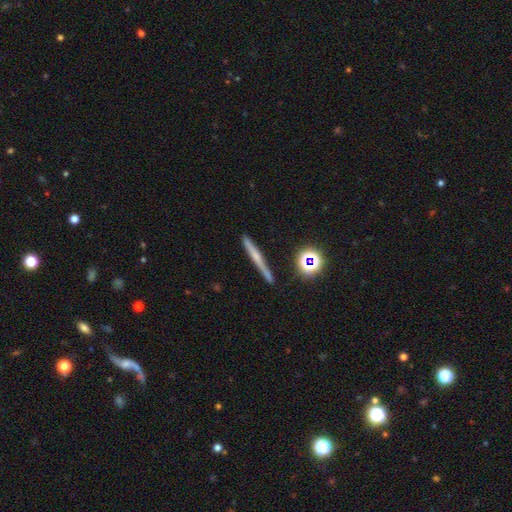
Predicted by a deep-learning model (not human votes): smooth_or_featured: featured or disk (p=0.48) [alt: smooth p=0.39]
merging: none (p=0.86) [alt: minor disturbance p=0.10]